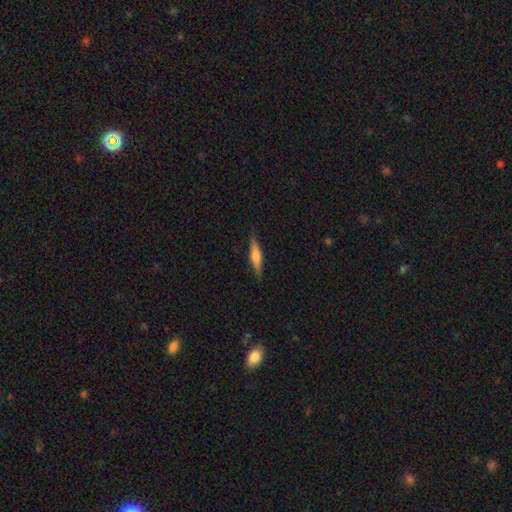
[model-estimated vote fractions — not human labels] A featured or disk galaxy (51%) viewed edge-on (96%). Merging: none (88%).